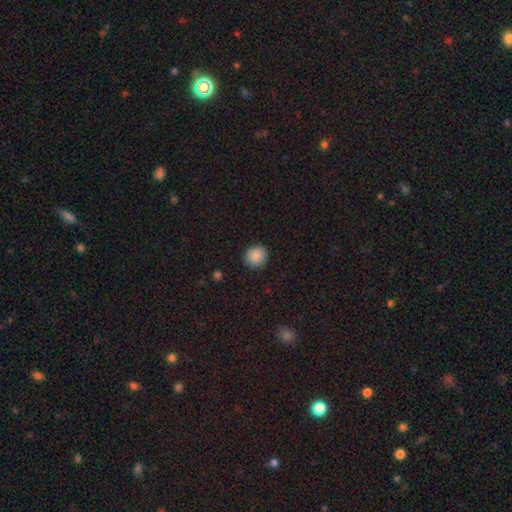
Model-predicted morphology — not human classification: A smooth galaxy with no disk features (88%) that is round (89%). Merging: none (91%).